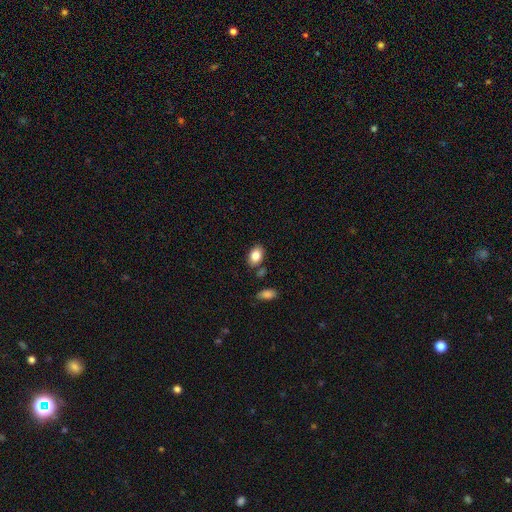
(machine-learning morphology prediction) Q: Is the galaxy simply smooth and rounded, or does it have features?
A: smooth — 84%.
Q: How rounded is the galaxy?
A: in between — 84%.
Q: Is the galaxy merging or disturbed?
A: none — 78%.